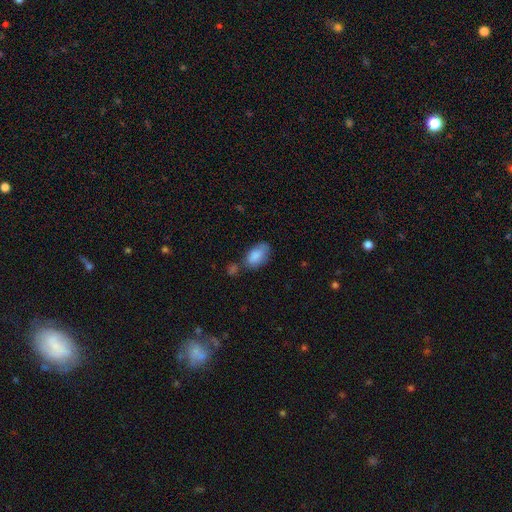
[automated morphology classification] A smooth galaxy with no disk features (85%) that is in between round and cigar-shaped (93%). Merging: none (50%).